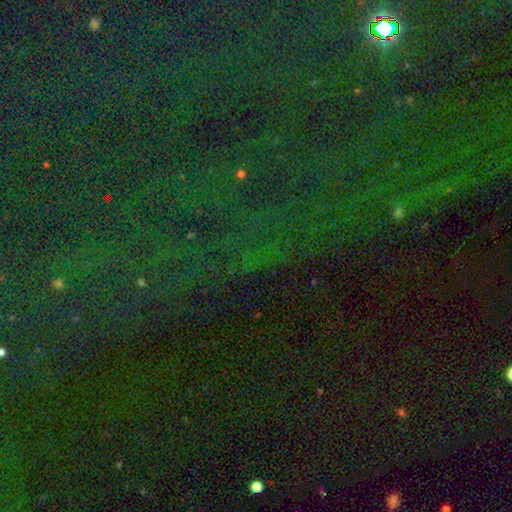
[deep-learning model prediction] smooth_or_featured: star or artifact (p=0.84) [alt: smooth p=0.09]